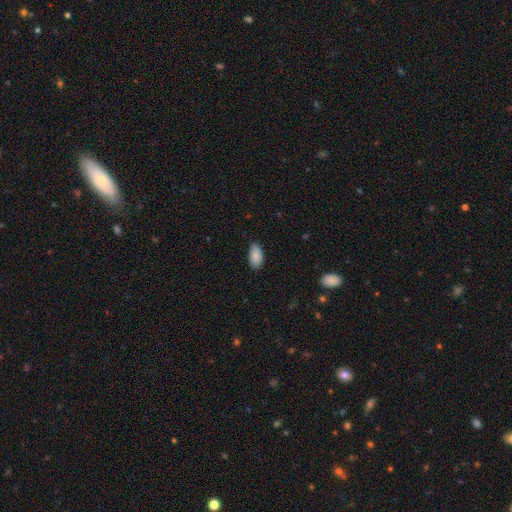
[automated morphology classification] Smooth or featured: smooth — 88% (star or artifact — 7%)
How rounded: in between — 95% (round — 3%)
Merging: none — 81% (minor disturbance — 16%)